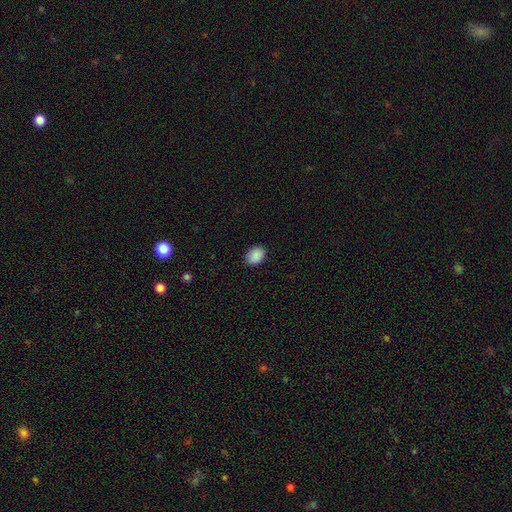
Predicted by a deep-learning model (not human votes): smooth_or_featured: smooth (p=0.90) [alt: star or artifact p=0.07]
how_rounded: in between (p=0.72) [alt: round p=0.27]
merging: none (p=0.87) [alt: minor disturbance p=0.10]